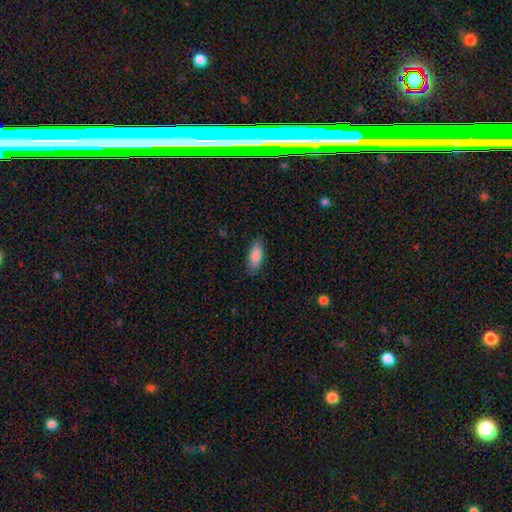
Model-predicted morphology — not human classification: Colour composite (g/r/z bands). It shows a smooth galaxy with no disk features (87%) that is in between round and cigar-shaped (81%). Merging: none (85%).